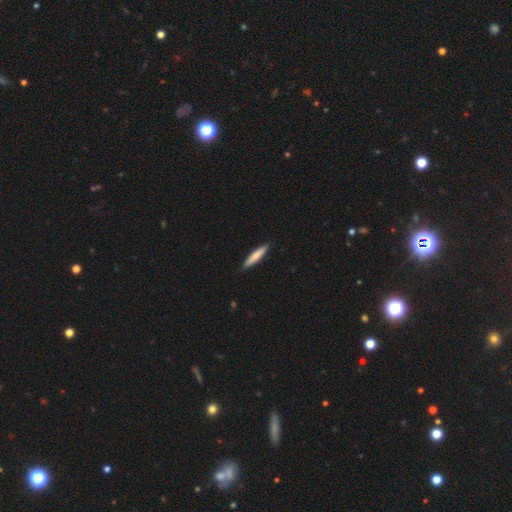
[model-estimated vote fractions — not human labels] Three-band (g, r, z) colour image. It shows a smooth galaxy with no disk features (76%) that is cigar-shaped (89%). Merging: none (90%).